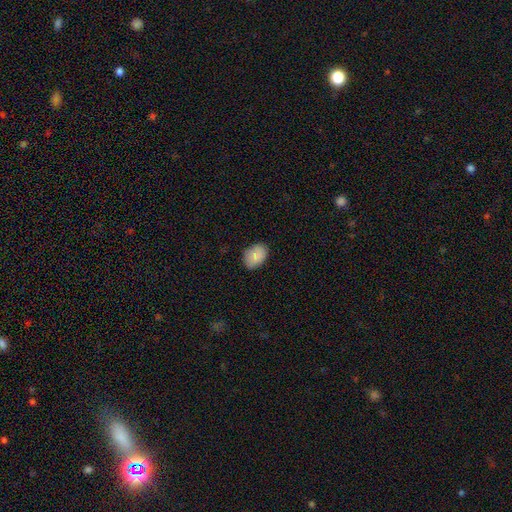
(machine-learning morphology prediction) Q: Smooth or featured?
A: smooth (87%); runner-up: star or artifact (7%)
Q: How rounded?
A: in between (83%); runner-up: round (16%)
Q: Merging?
A: none (83%); runner-up: minor disturbance (14%)